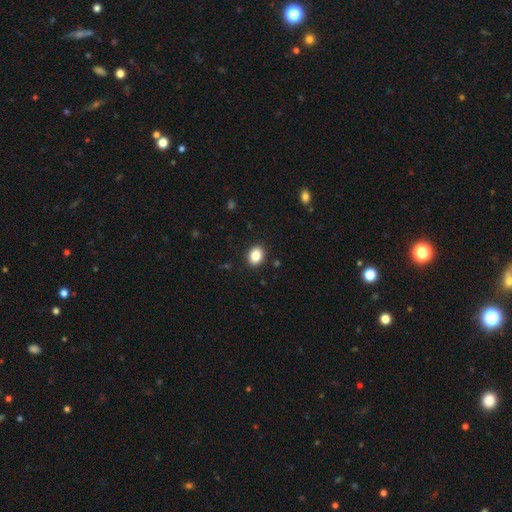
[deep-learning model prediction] smooth_or_featured: smooth (p=0.86) [alt: star or artifact p=0.09]
how_rounded: in between (p=0.60) [alt: round p=0.39]
merging: none (p=0.91) [alt: minor disturbance p=0.07]